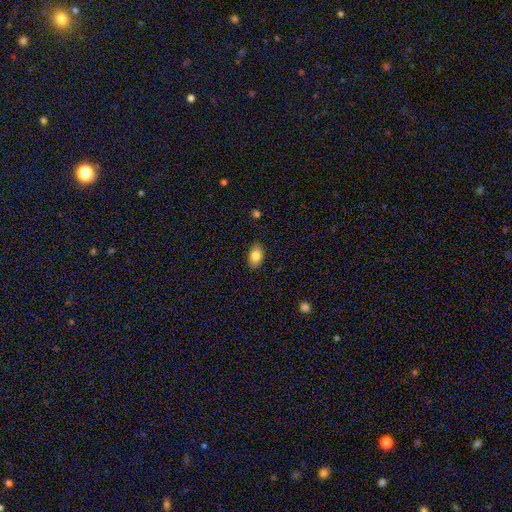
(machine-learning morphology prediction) Smooth or featured?
  - smooth: 82% *
  - featured or disk: 10%
  - star or artifact: 7%
How rounded?
  - in between: 89% *
  - round: 9%
  - cigar-shaped: 2%
Merging?
  - none: 88% *
  - minor disturbance: 9%
  - major disturbance: 2%
  - merger: 1%